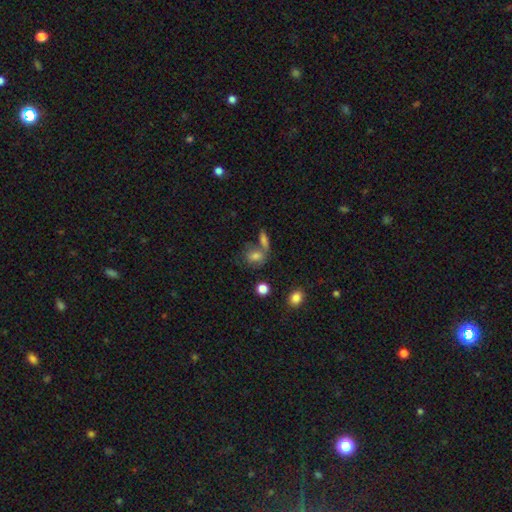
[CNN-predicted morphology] The model was most divided on "merging": none: 47%, merger: 32%, minor disturbance: 13%, major disturbance: 7%. More confident: smooth or featured — smooth (71%); how rounded — in between (62%).